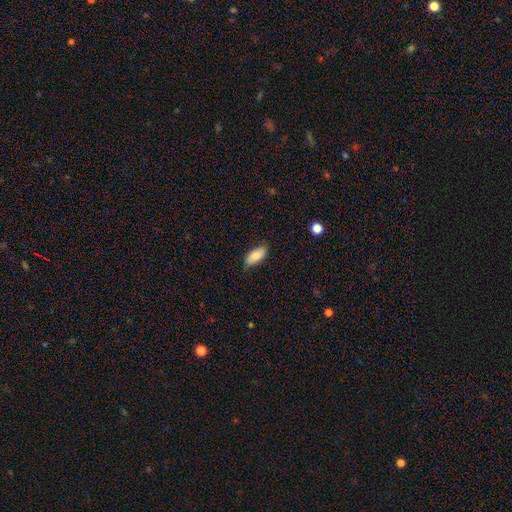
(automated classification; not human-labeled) The model was most divided on "merging": none: 80%, minor disturbance: 16%, major disturbance: 3%, merger: 1%. More confident: how rounded — in between (87%); smooth or featured — smooth (82%).